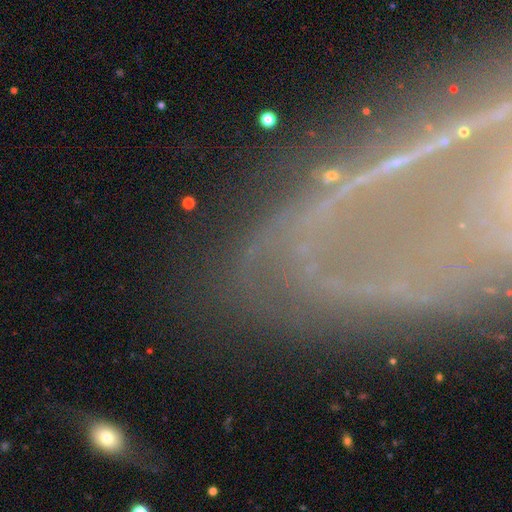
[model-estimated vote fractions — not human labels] Smooth or featured?
  - featured or disk: 54% *
  - star or artifact: 29%
  - smooth: 17%
Edge-on disk?
  - no: 70% *
  - yes: 30%
Merging?
  - none: 66% *
  - minor disturbance: 16%
  - major disturbance: 12%
  - merger: 7%